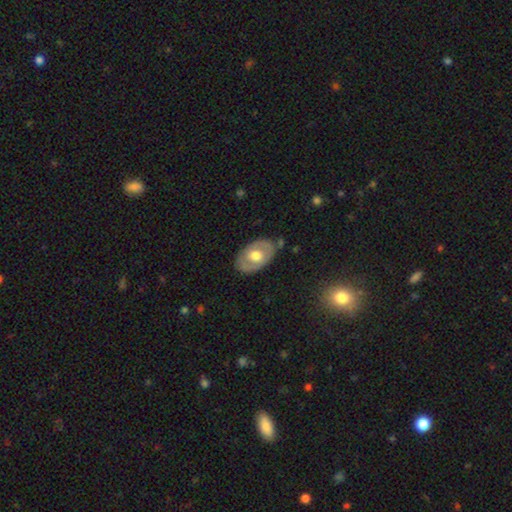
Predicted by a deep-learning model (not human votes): A featured or disk galaxy (49%). Merging: none (78%).